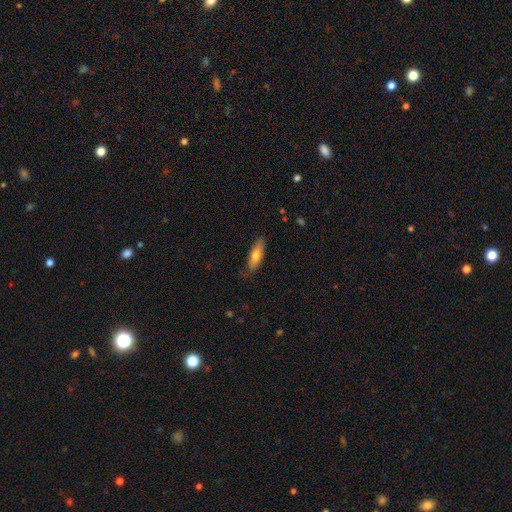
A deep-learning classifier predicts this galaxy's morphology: Smooth or featured? Predicted: smooth (p=0.70). How rounded? Predicted: cigar-shaped (p=0.58). Merging? Predicted: none (p=0.78).